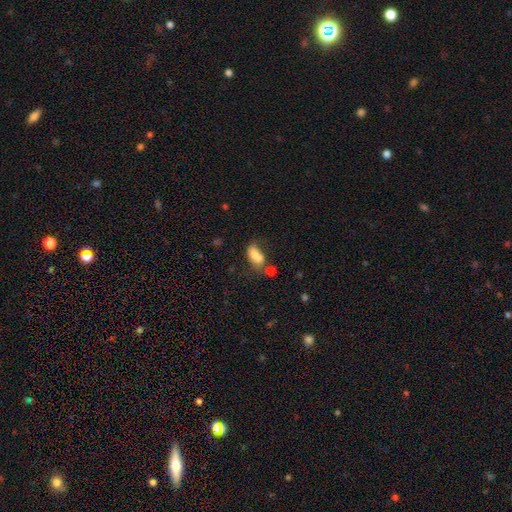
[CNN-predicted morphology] Smooth or featured? Predicted: smooth (p=0.74). How rounded? Predicted: in between (p=0.85). Merging? Predicted: merger (p=0.33).